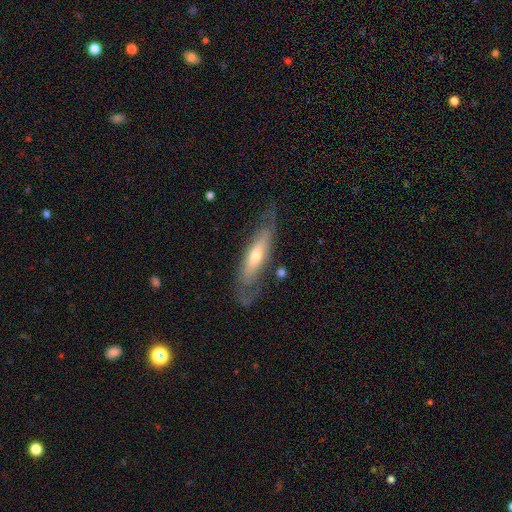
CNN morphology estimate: type=featured or disk (62%); edge-on=no (53%); merging=none (66%).